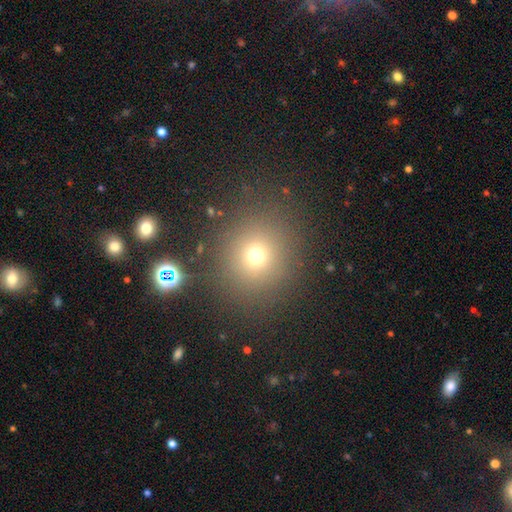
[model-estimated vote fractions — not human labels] Overall: smooth (69%). How rounded: round (87%). Merging: none (85%).